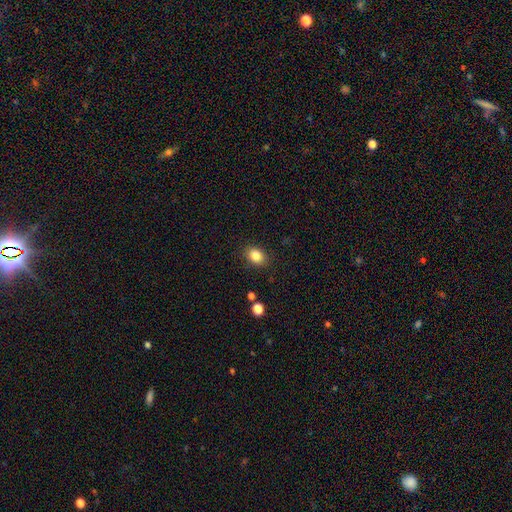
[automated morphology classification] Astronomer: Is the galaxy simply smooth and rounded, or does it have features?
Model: smooth — 85%.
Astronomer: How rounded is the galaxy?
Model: in between — 64%.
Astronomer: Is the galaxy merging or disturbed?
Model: none — 86%.